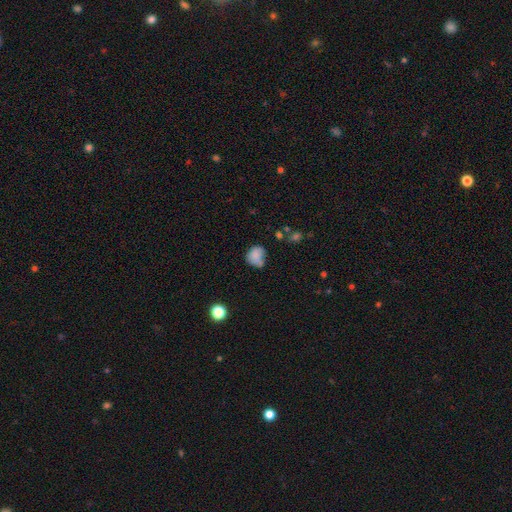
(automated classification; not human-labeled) Morphology: type=smooth (77%); roundness=round (65%); merging=none (45%).